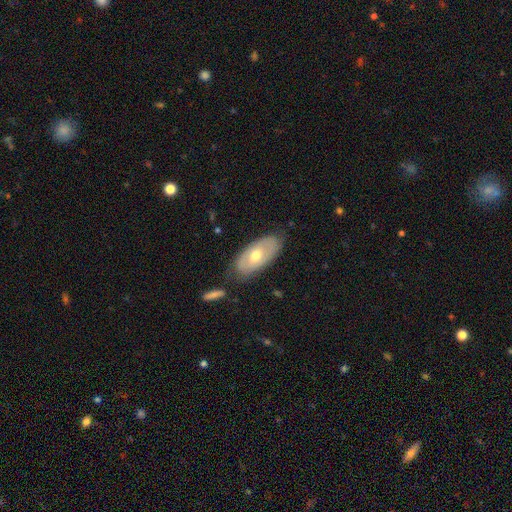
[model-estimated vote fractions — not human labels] Overall: smooth (48%; featured or disk 47%). Merging: none (75%).